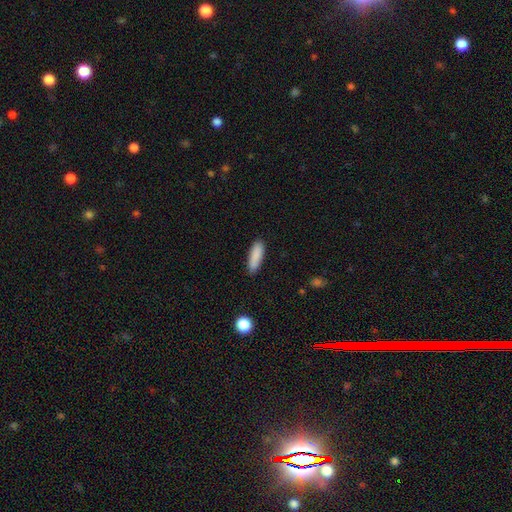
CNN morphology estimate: This is clearly a smooth galaxy (88%). How rounded: possibly cigar-shaped (53%). Merging: clearly none (86%).